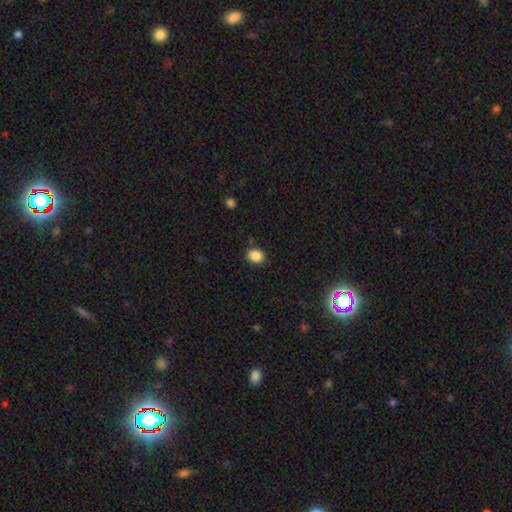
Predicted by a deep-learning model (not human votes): smooth_or_featured: smooth (p=0.87) [alt: star or artifact p=0.10]
how_rounded: round (p=0.60) [alt: in between p=0.39]
merging: none (p=0.84) [alt: minor disturbance p=0.11]